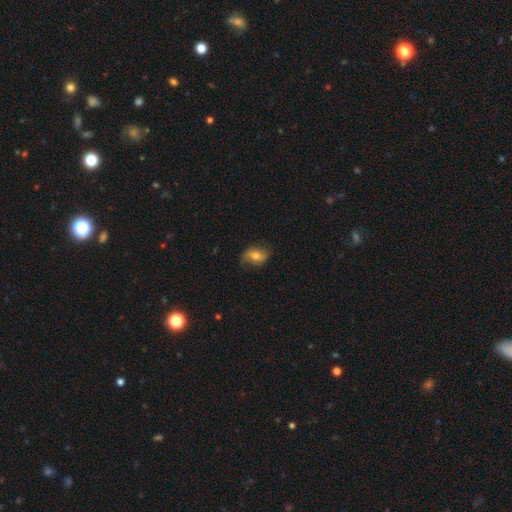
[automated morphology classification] Smooth or featured? Predicted: smooth (p=0.50). How rounded? Predicted: in between (p=0.79). Merging? Predicted: none (p=0.72).